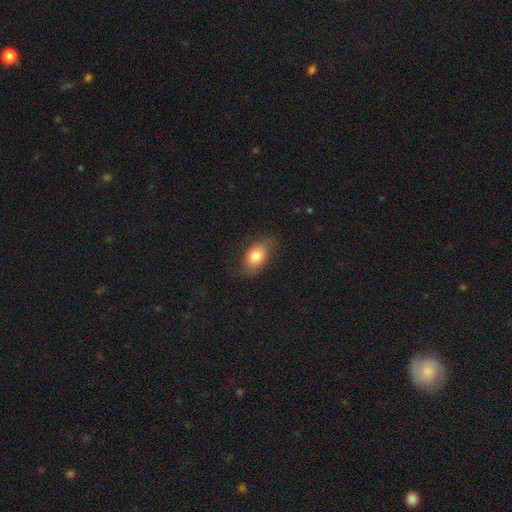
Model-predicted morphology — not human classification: smooth_or_featured: smooth (p=0.77) [alt: featured or disk p=0.15]
how_rounded: in between (p=0.85) [alt: round p=0.13]
merging: none (p=0.74) [alt: minor disturbance p=0.18]